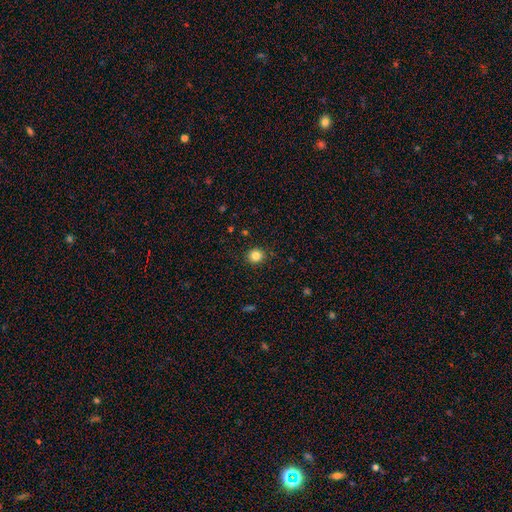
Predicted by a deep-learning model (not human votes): A smooth galaxy with no disk features (83%) that is round (90%). Merging: none (91%).